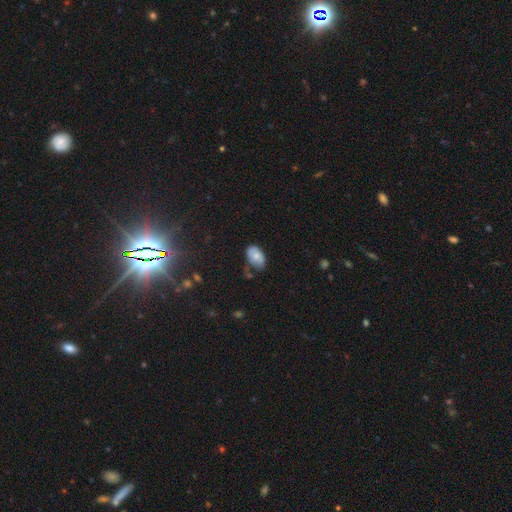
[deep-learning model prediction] A smooth galaxy with no disk features (68%) that is in between round and cigar-shaped (90%). Merging: none (43%).